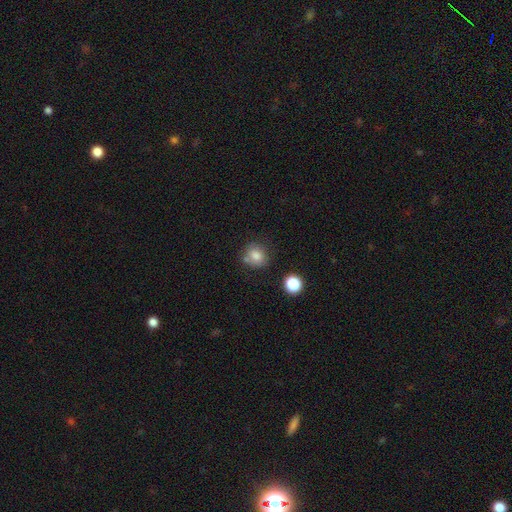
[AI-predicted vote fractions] smooth_or_featured: smooth (p=0.80) [alt: star or artifact p=0.12]
how_rounded: round (p=0.75) [alt: in between p=0.24]
merging: none (p=0.67) [alt: minor disturbance p=0.16]